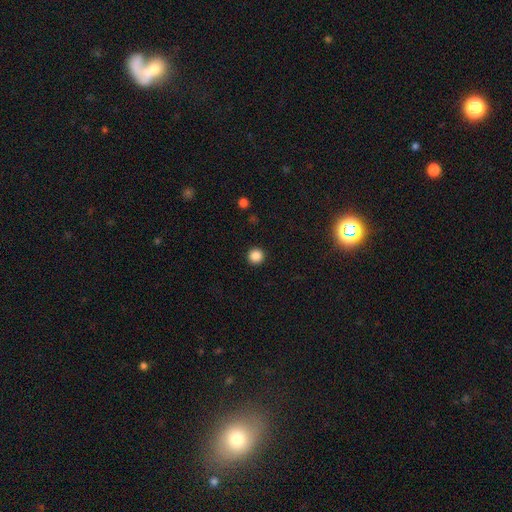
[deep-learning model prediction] Smooth or featured? smooth (86%)
How rounded? round (96%)
Merging? none (93%)